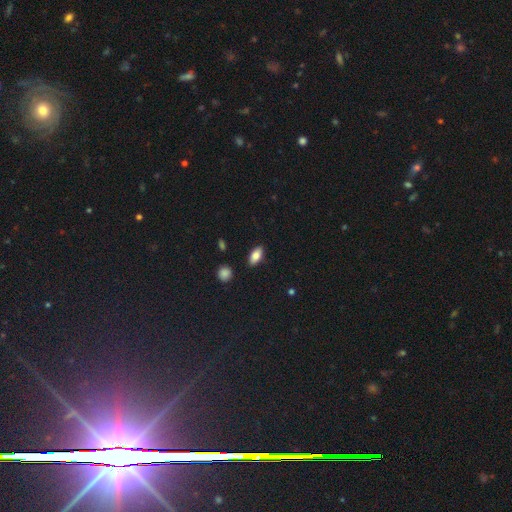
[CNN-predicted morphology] Smooth or featured? Predicted: smooth (p=0.81). How rounded? Predicted: in between (p=0.88). Merging? Predicted: none (p=0.87).